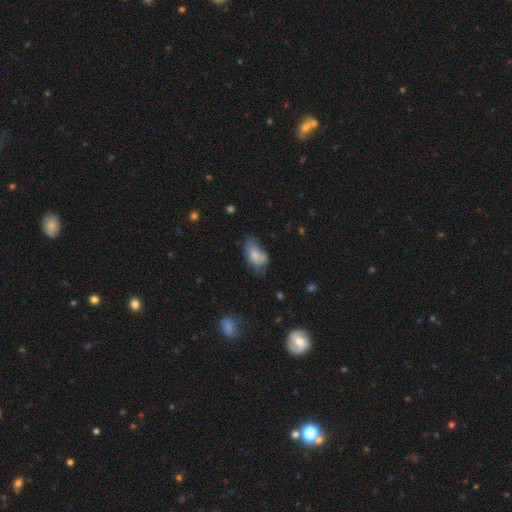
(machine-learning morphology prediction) A smooth galaxy with no disk features (71%) that is in between round and cigar-shaped (90%). Merging: minor disturbance (35%).